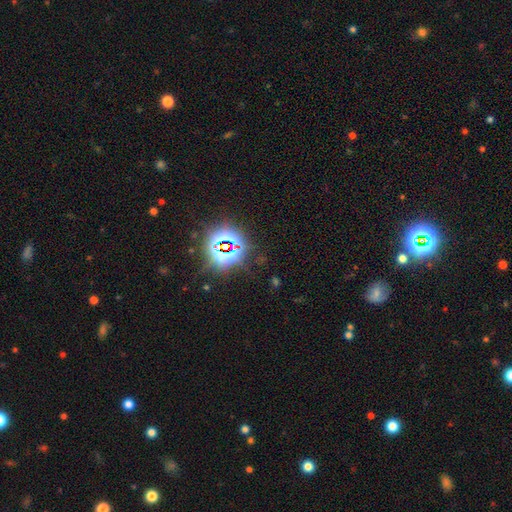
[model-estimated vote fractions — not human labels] Smooth or featured: star or artifact — 82% (smooth — 11%)